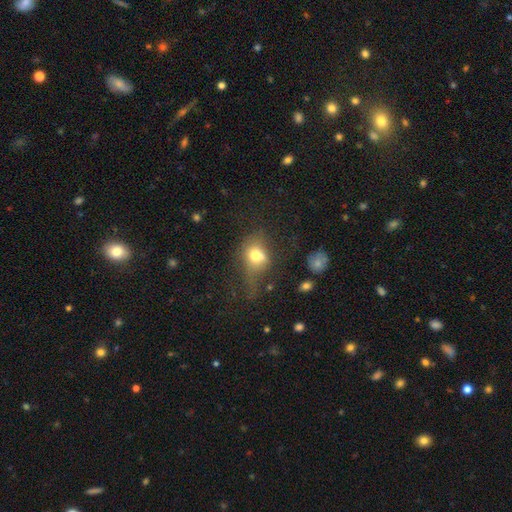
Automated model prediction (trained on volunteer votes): Smooth or featured? Predicted: smooth (p=0.68). How rounded? Predicted: in between (p=0.55). Merging? Predicted: major disturbance (p=0.34).